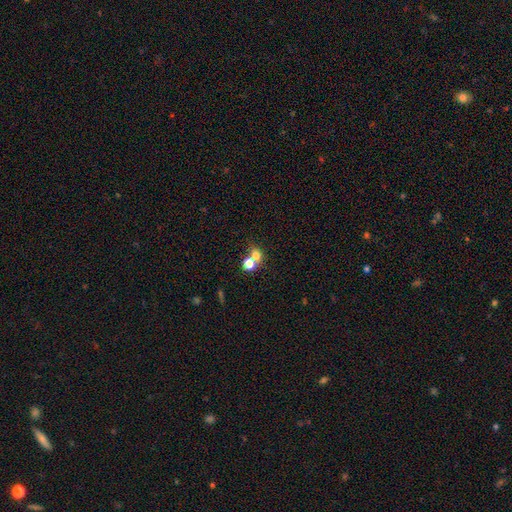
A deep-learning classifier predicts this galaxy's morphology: A smooth galaxy with no disk features (71%) that is round (64%).

Vote fractions:
- Smooth or featured? smooth: 71% / star or artifact: 16% / featured or disk: 12%
- How rounded? round: 64% / in between: 34% / cigar-shaped: 2%
- Merging? merger: 50% / none: 38% / minor disturbance: 7% / major disturbance: 5%